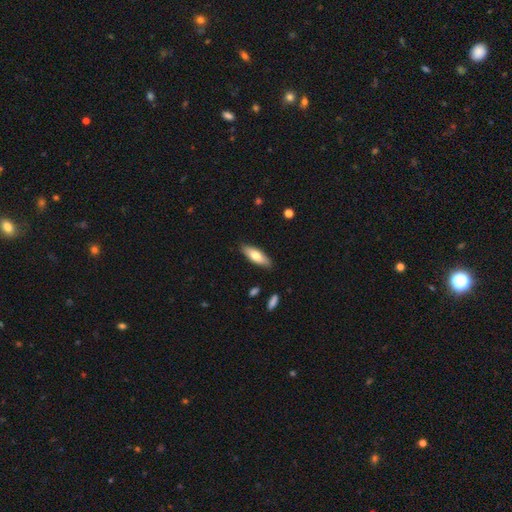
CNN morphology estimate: Smooth or featured: smooth — 68% (featured or disk — 26%)
How rounded: in between — 57% (cigar-shaped — 41%)
Merging: none — 86% (minor disturbance — 10%)